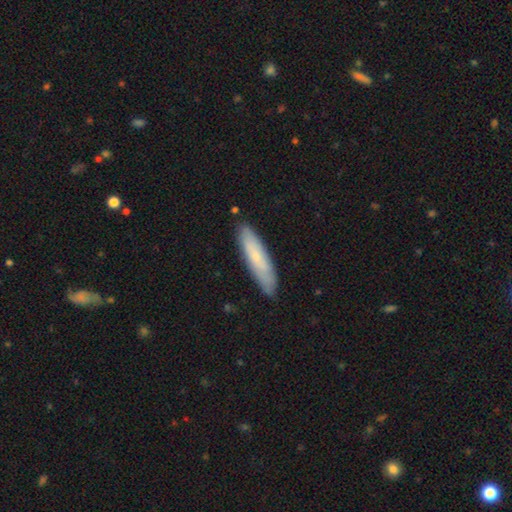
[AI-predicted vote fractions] Smooth or featured?
  - smooth: 62% *
  - featured or disk: 32%
  - star or artifact: 6%
How rounded?
  - cigar-shaped: 78% *
  - in between: 21%
  - round: 2%
Merging?
  - none: 85% *
  - minor disturbance: 12%
  - major disturbance: 2%
  - merger: 1%